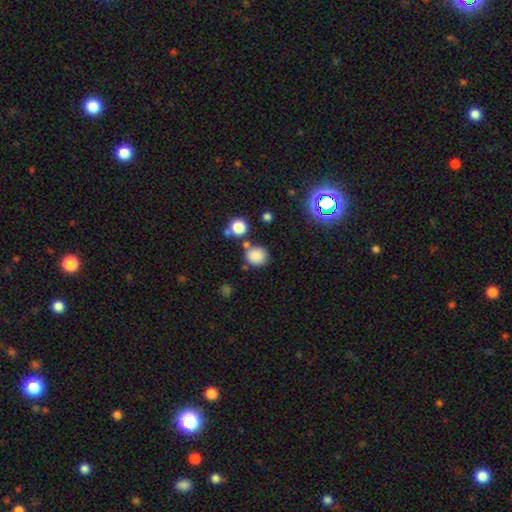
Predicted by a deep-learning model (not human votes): Morphology: type=smooth (83%); roundness=round (84%); merging=none (73%).